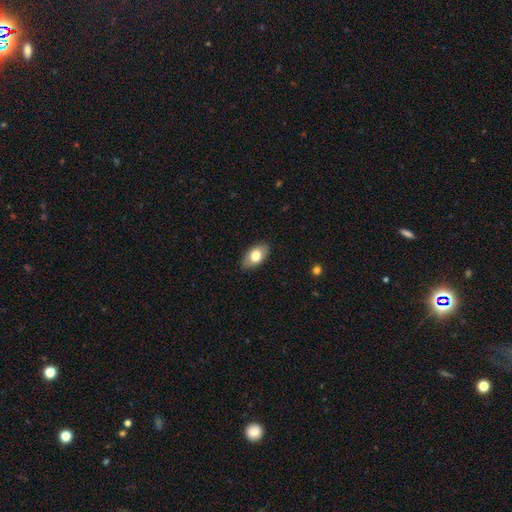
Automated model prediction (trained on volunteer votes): smooth_or_featured: smooth (p=0.73) [alt: featured or disk p=0.21]
how_rounded: in between (p=0.92) [alt: round p=0.06]
merging: none (p=0.86) [alt: minor disturbance p=0.11]